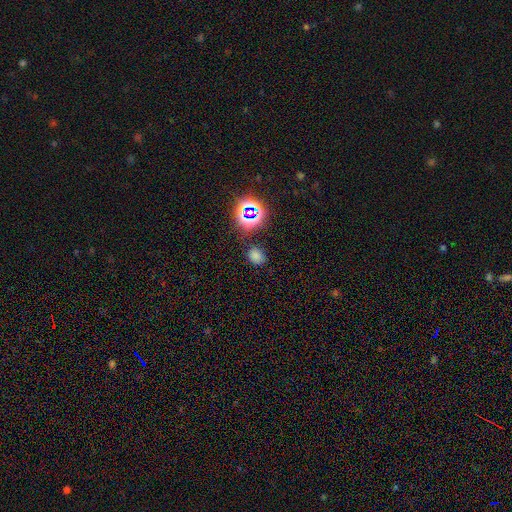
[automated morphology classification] smooth 67%, star or artifact 27%, featured or disk 6%. Down the decision tree: how rounded — round (50%); merging — none (78%).